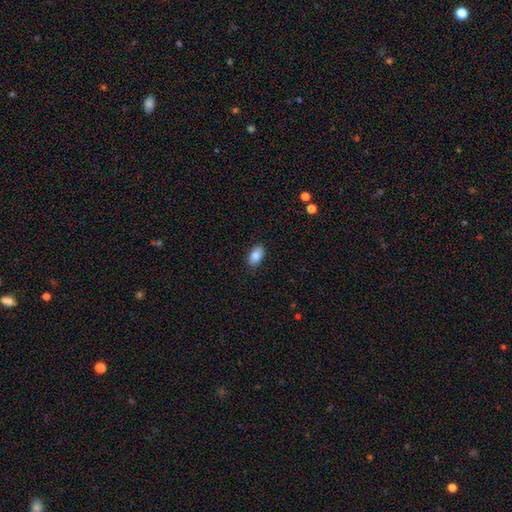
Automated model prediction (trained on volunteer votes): Morphology: type=smooth (84%); roundness=in between (91%); merging=none (85%).